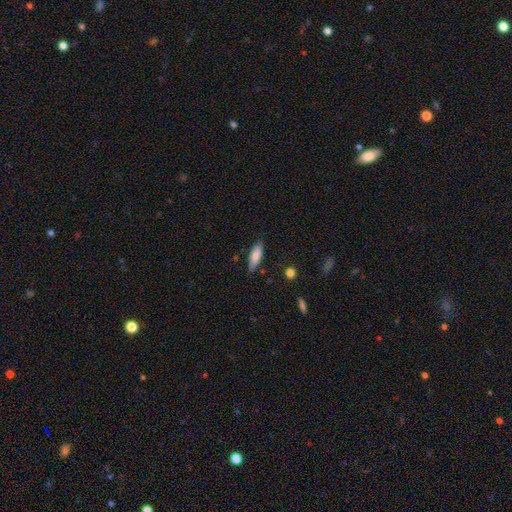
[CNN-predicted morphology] Smooth or featured? smooth (79%)
How rounded? in between (53%)
Merging? none (80%)